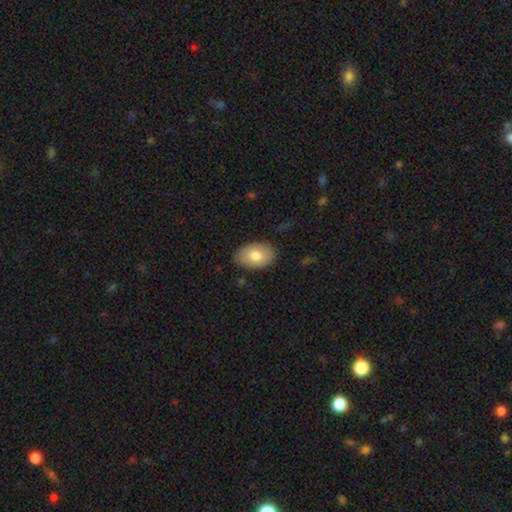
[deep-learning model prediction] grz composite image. It shows a smooth galaxy with no disk features (77%) that is in between round and cigar-shaped (90%). Merging: none (83%).